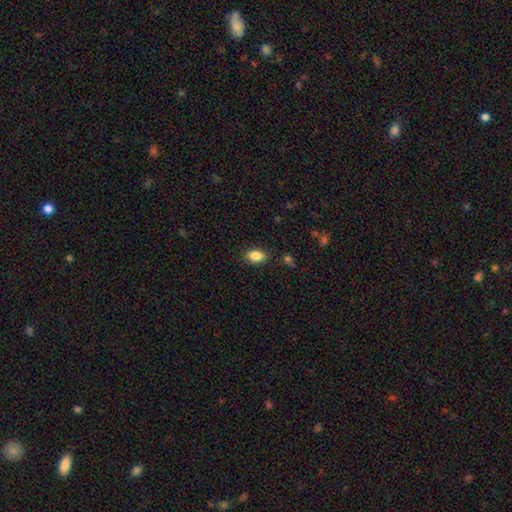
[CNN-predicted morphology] This appears to be a smooth galaxy with no disk features (87%) that is in between round and cigar-shaped (88%). Merging: none (86%).